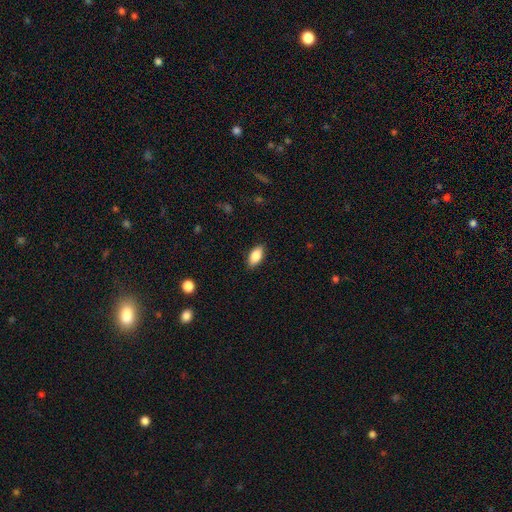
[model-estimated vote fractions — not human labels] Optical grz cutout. It shows a smooth galaxy with no disk features (84%) that is in between round and cigar-shaped (90%). Merging: none (87%).